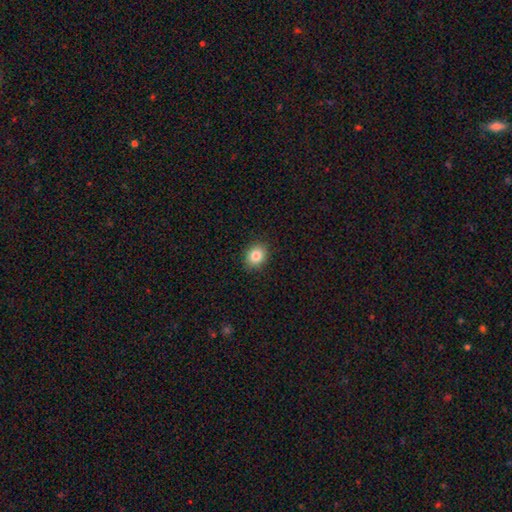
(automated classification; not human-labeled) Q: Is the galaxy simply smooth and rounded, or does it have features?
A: smooth — 84%.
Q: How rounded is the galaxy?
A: round — 55%.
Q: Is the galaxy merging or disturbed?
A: none — 90%.